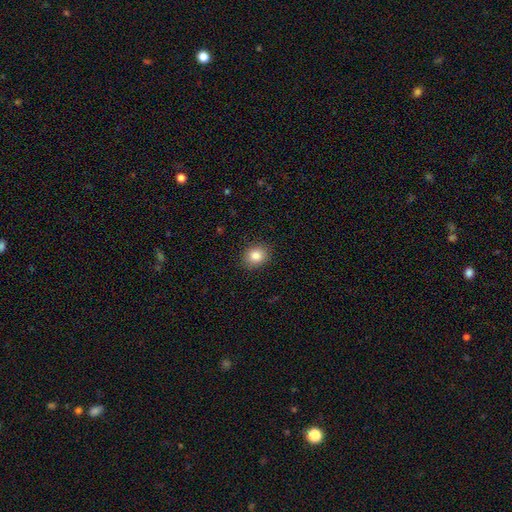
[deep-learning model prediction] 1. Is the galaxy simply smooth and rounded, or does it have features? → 84% smooth, 10% star or artifact, 6% featured or disk.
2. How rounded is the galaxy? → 65% round, 34% in between, 1% cigar-shaped.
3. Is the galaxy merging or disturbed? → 89% none, 8% minor disturbance, 2% major disturbance, 1% merger.